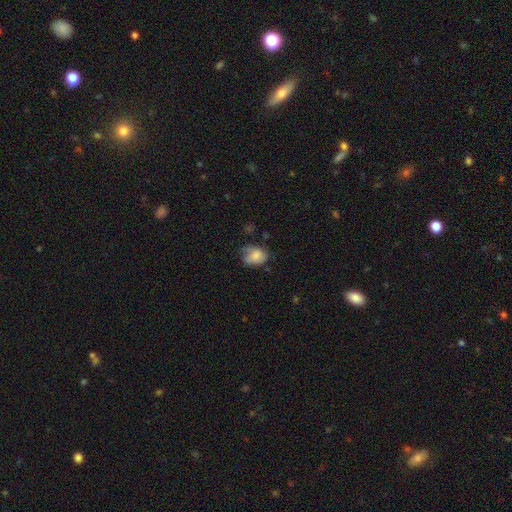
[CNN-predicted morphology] type=smooth (71%); roundness=in between (65%); merging=none (44%).